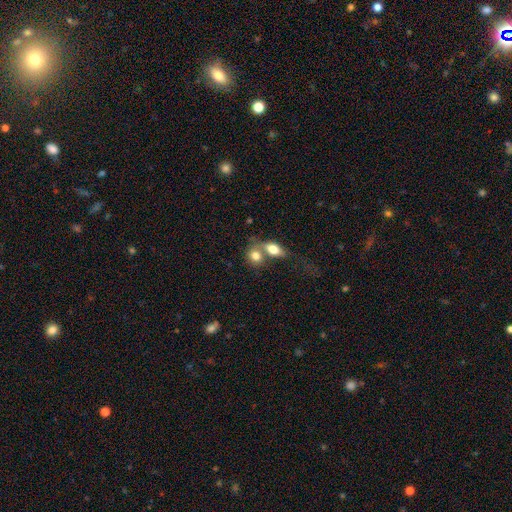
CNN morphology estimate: A smooth galaxy with no disk features (78%) that is round (51%). Merging: merger (58%).